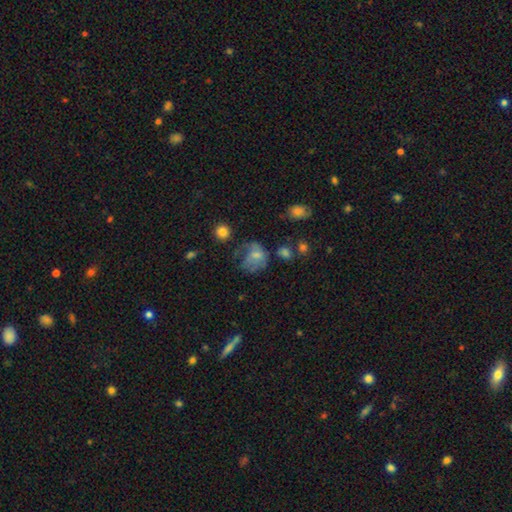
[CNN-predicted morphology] Smooth or featured: smooth — 56% (featured or disk — 32%)
How rounded: round — 53% (in between — 46%)
Merging: major disturbance — 40% (none — 29%)